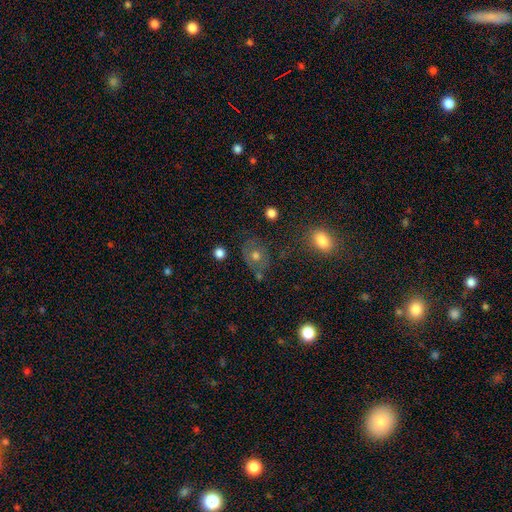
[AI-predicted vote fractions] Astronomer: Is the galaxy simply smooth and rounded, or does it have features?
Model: smooth — 58%.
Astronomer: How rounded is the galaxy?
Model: round — 51% (runner-up: in between, 48%).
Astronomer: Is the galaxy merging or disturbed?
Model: none — 68%.